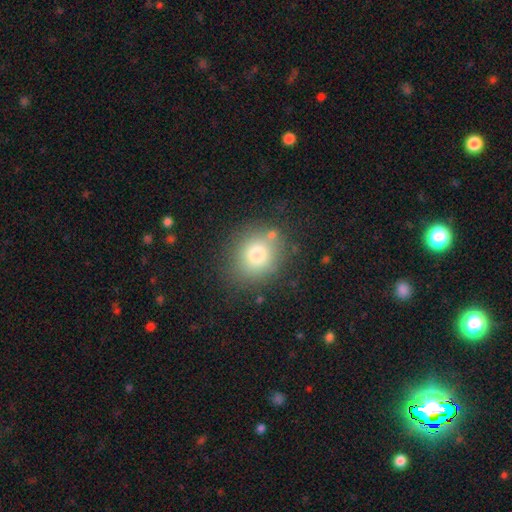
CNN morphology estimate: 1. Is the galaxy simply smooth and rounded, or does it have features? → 77% smooth, 12% star or artifact, 11% featured or disk.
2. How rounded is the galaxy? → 76% round, 23% in between, 1% cigar-shaped.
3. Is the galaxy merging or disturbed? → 77% none, 12% minor disturbance, 6% merger, 5% major disturbance.